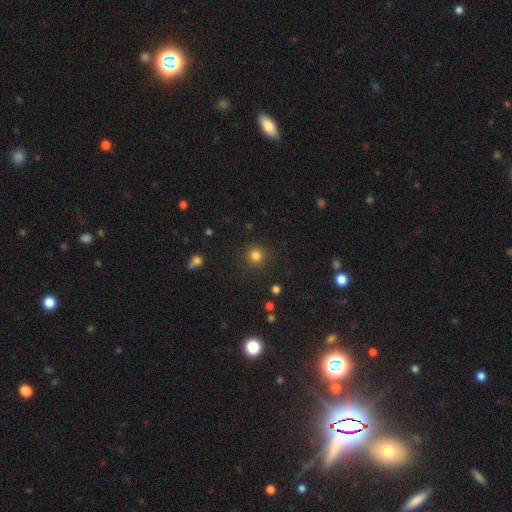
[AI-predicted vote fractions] Morphology: type=smooth (81%); roundness=round (94%); merging=none (90%).